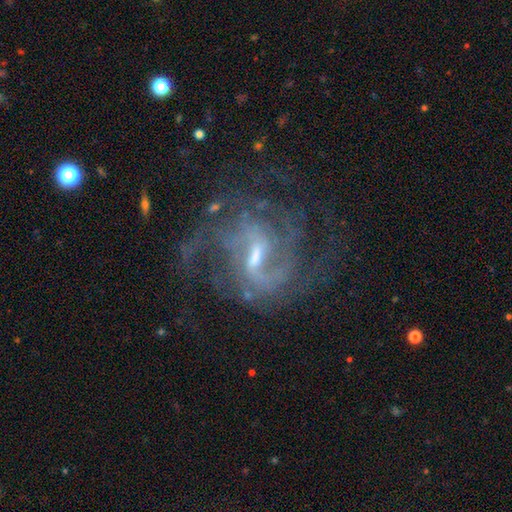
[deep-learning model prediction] Smooth or featured? Predicted: featured or disk (p=0.89). Edge-on disk? Predicted: no (p=0.97). Bar? Predicted: weak (p=0.56). Spiral arms? Predicted: yes (p=0.96). Spiral winding? Predicted: medium (p=0.49). Spiral arm count? Predicted: 2 (p=0.45). Bulge size? Predicted: small (p=0.48). Merging? Predicted: none (p=0.62).